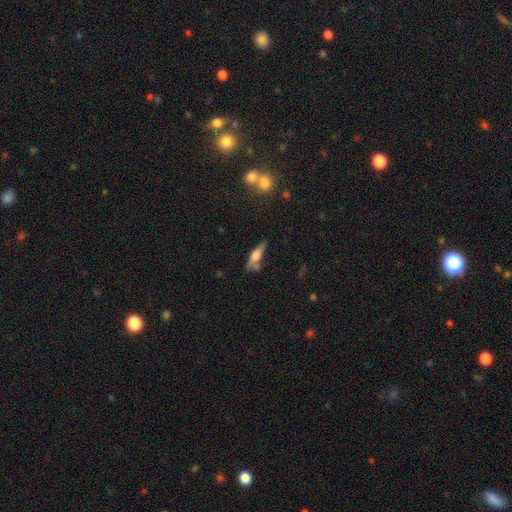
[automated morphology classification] Smooth or featured: smooth — 47% (featured or disk — 44%)
Merging: none — 58% (minor disturbance — 23%)